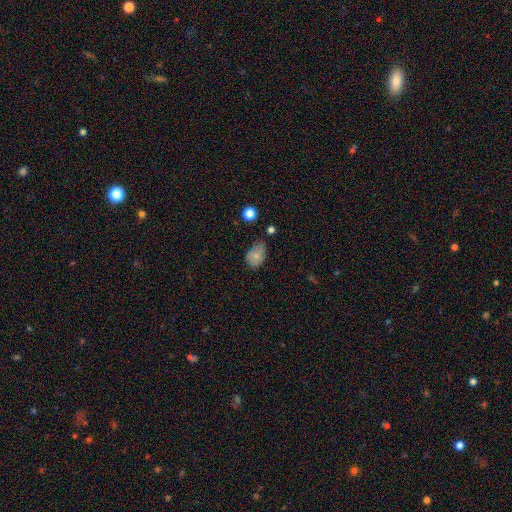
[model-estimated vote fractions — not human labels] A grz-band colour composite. It shows a smooth galaxy with no disk features (75%) that is in between round and cigar-shaped (79%). Merging: none (45%).